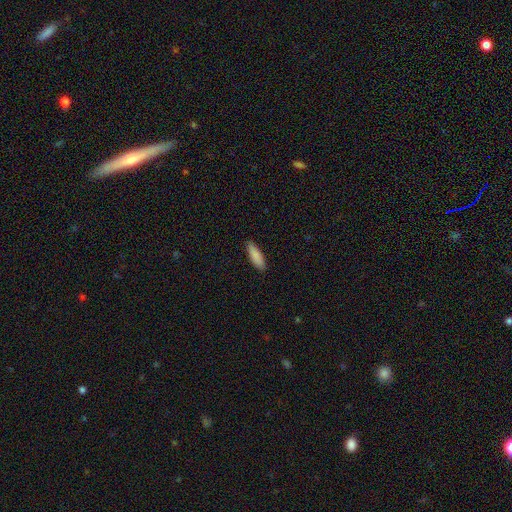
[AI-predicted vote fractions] smooth-or-featured: smooth: 88% | featured or disk: 6% | star or artifact: 6%
  how-rounded: cigar-shaped: 53% | in between: 45% | round: 2%
  merging: none: 89% | minor disturbance: 9% | major disturbance: 2% | merger: 1%